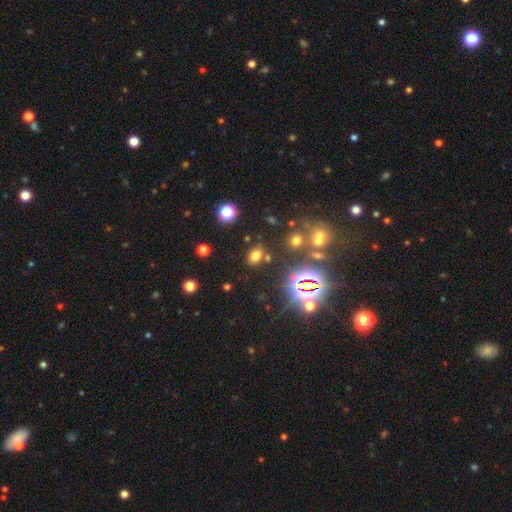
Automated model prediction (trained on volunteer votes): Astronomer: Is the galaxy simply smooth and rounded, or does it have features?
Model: smooth — 65%.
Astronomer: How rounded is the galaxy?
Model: in between — 63%.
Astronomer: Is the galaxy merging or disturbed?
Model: none — 77%.